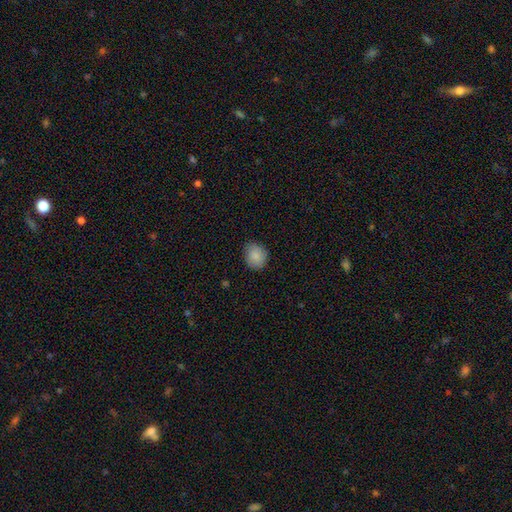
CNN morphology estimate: Smooth or featured: smooth — 88% (star or artifact — 8%)
How rounded: round — 58% (in between — 41%)
Merging: none — 83% (minor disturbance — 14%)